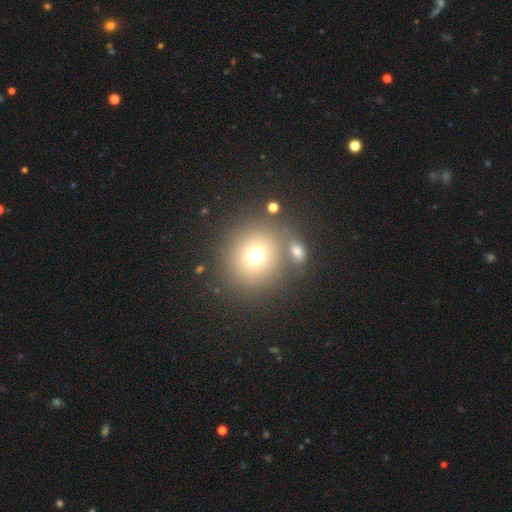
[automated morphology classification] This is likely a smooth galaxy (71%). How rounded: clearly round (87%). Merging: likely none (67%).